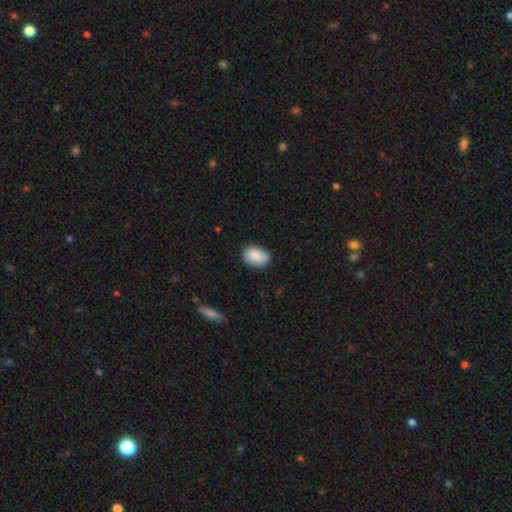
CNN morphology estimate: smooth_or_featured: smooth (p=0.87) [alt: star or artifact p=0.07]
how_rounded: in between (p=0.84) [alt: round p=0.14]
merging: none (p=0.77) [alt: minor disturbance p=0.19]